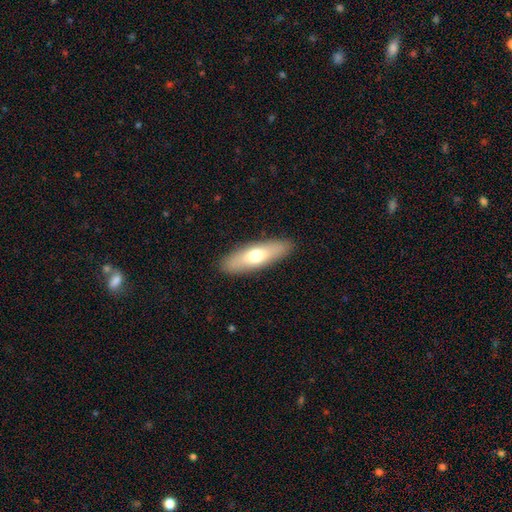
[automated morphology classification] Smooth or featured: smooth — 64% (featured or disk — 30%)
How rounded: in between — 53% (cigar-shaped — 45%)
Merging: none — 89% (minor disturbance — 8%)